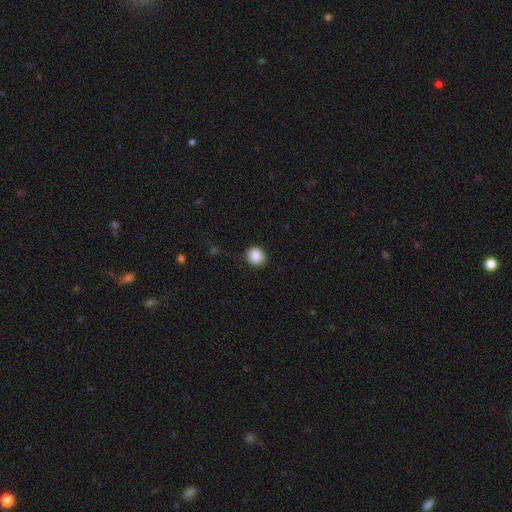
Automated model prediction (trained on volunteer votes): Q: Smooth or featured?
A: smooth (88%); runner-up: star or artifact (9%)
Q: How rounded?
A: round (87%); runner-up: in between (12%)
Q: Merging?
A: none (82%); runner-up: minor disturbance (13%)